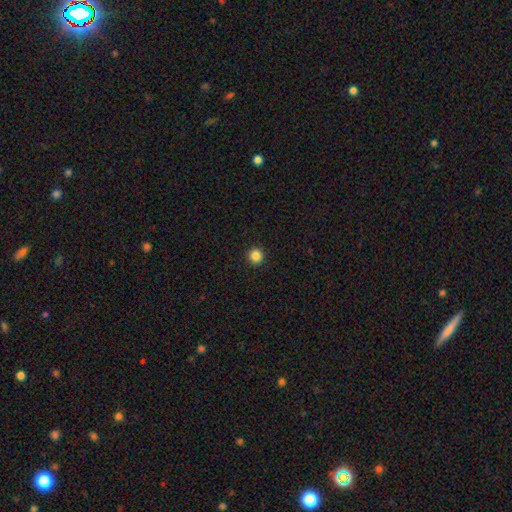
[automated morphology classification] A smooth galaxy with no disk features (85%) that is round (95%). Merging: none (94%).